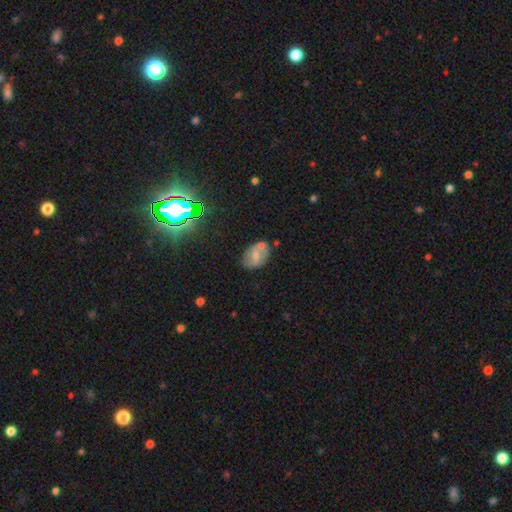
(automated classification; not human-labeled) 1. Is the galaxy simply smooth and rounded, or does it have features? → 49% smooth, 40% featured or disk, 11% star or artifact.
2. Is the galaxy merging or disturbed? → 55% none, 21% merger, 18% minor disturbance, 5% major disturbance.